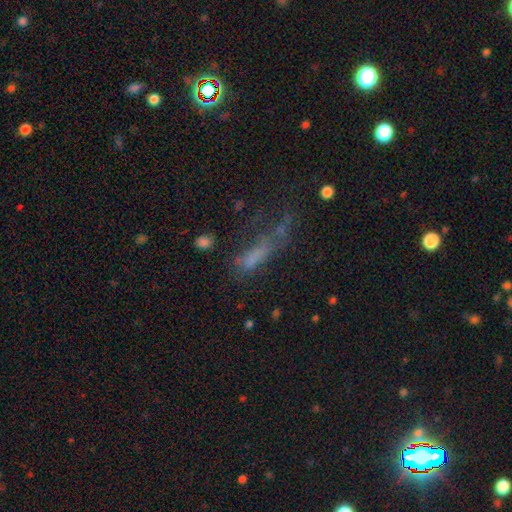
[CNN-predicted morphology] smooth-or-featured: smooth: 55% | featured or disk: 24% | star or artifact: 20%
  how-rounded: cigar-shaped: 56% | in between: 40% | round: 5%
  merging: major disturbance: 37% | none: 32% | minor disturbance: 21% | merger: 11%